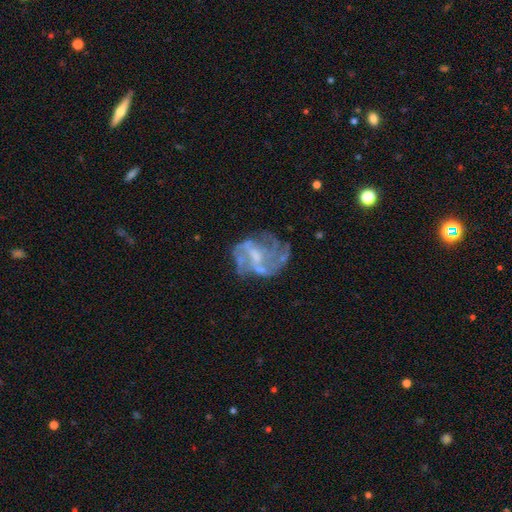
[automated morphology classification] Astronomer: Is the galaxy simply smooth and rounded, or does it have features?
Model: featured or disk — 76%.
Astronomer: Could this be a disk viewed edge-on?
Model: no — 98%.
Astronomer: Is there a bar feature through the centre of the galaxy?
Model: weak — 45% (runner-up: no, 42%).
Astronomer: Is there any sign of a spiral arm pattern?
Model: yes — 66%.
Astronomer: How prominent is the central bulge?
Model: small — 33% (runner-up: moderate, 32%).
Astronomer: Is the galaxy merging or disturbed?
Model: none — 48% (runner-up: major disturbance, 27%).